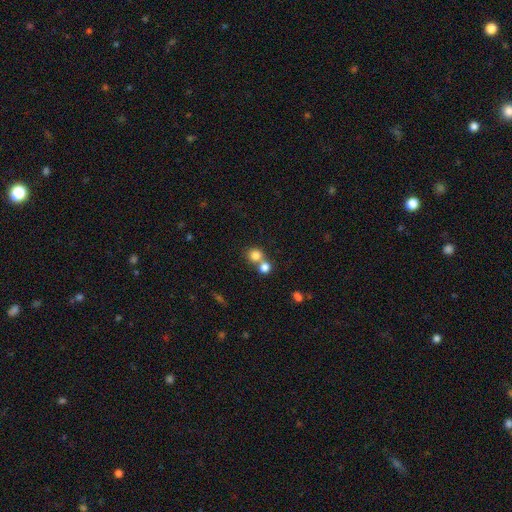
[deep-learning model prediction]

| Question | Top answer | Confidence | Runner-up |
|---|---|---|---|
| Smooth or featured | smooth | 80% | star or artifact (12%) |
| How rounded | round | 85% | in between (13%) |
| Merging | merger | 46% | none (45%) |